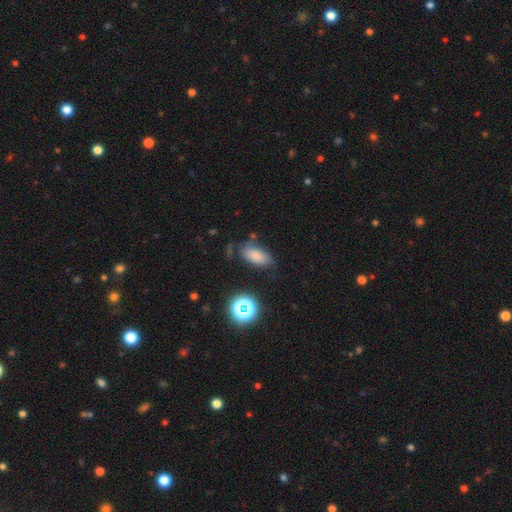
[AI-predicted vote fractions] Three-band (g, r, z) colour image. It shows a smooth galaxy with no disk features (76%) that is in between round and cigar-shaped (89%). Merging: none (66%).